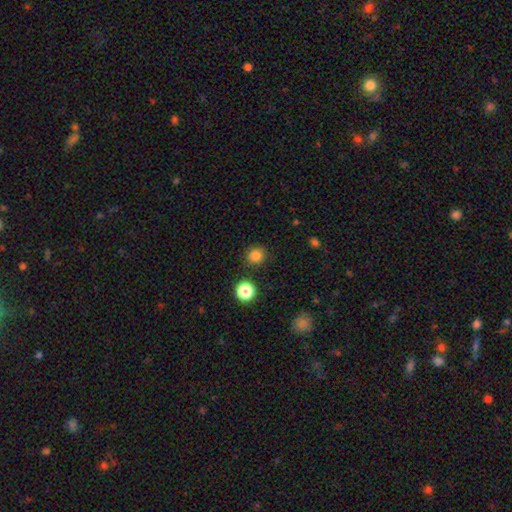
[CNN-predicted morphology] A smooth galaxy with no disk features (83%) that is round (91%).

Vote fractions:
- Smooth or featured? smooth: 83% / star or artifact: 13% / featured or disk: 4%
- How rounded? round: 91% / in between: 8% / cigar-shaped: 1%
- Merging? none: 87% / minor disturbance: 7% / merger: 3% / major disturbance: 3%